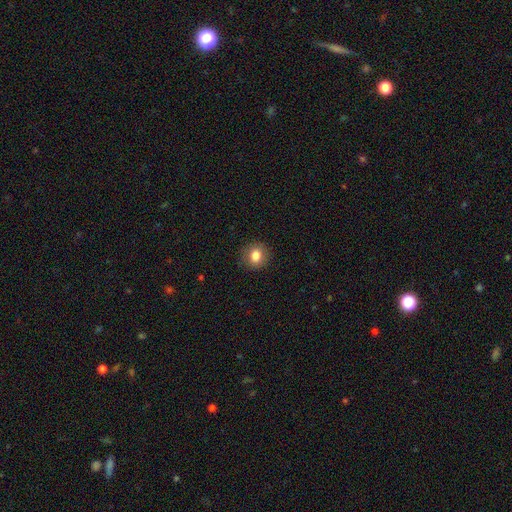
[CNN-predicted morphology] type=smooth (82%); roundness=round (81%); merging=none (90%).